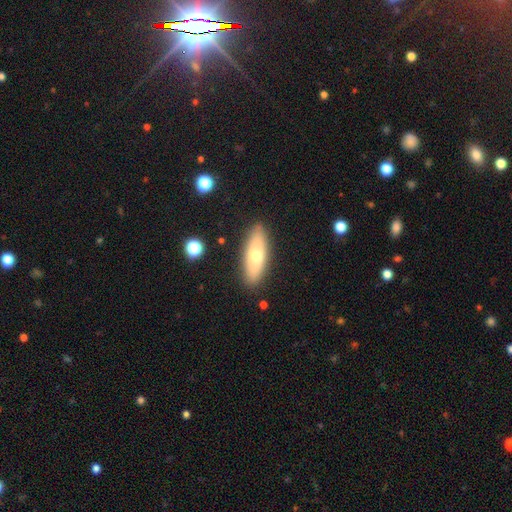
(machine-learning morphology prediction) smooth-or-featured: smooth: 65% | featured or disk: 29% | star or artifact: 6%
  how-rounded: in between: 58% | cigar-shaped: 40% | round: 2%
  merging: none: 88% | minor disturbance: 9% | major disturbance: 2% | merger: 1%